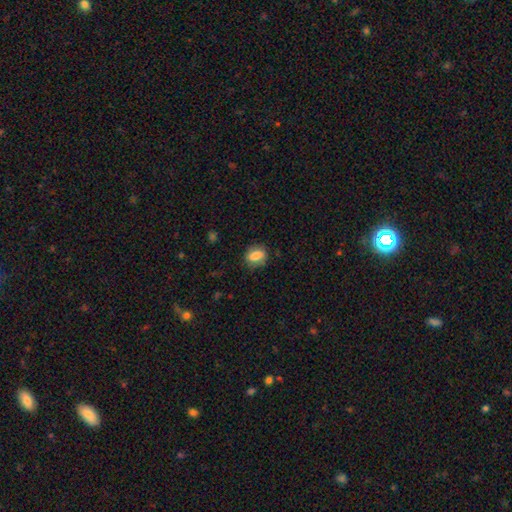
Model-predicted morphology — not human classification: Smooth or featured?
  - smooth: 81% *
  - featured or disk: 11%
  - star or artifact: 8%
How rounded?
  - in between: 74% *
  - round: 23%
  - cigar-shaped: 4%
Merging?
  - none: 79% *
  - minor disturbance: 16%
  - major disturbance: 4%
  - merger: 1%